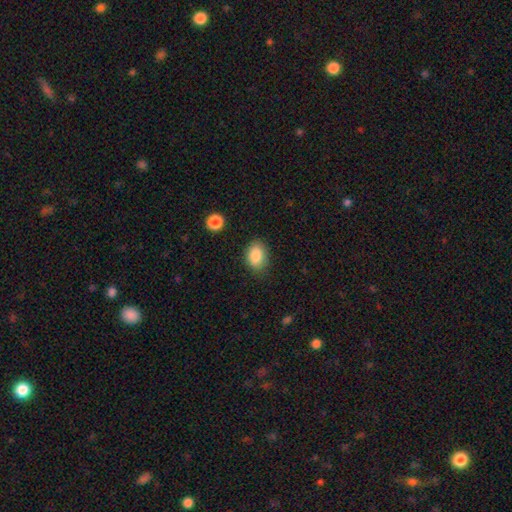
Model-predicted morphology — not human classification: type=smooth (86%); roundness=in between (83%); merging=none (81%).